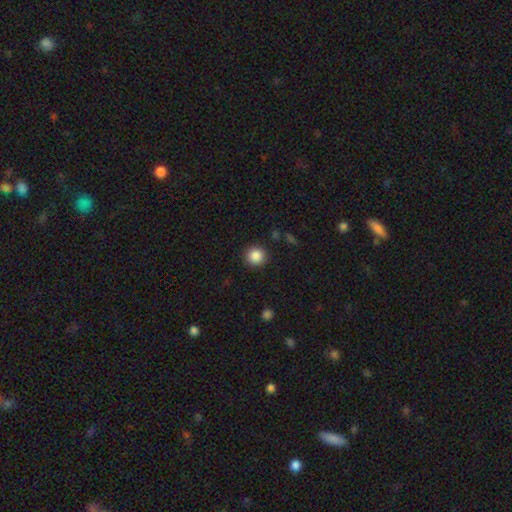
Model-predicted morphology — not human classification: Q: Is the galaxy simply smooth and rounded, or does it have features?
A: smooth — 87%.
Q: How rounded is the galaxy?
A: round — 94%.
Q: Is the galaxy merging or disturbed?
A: none — 91%.